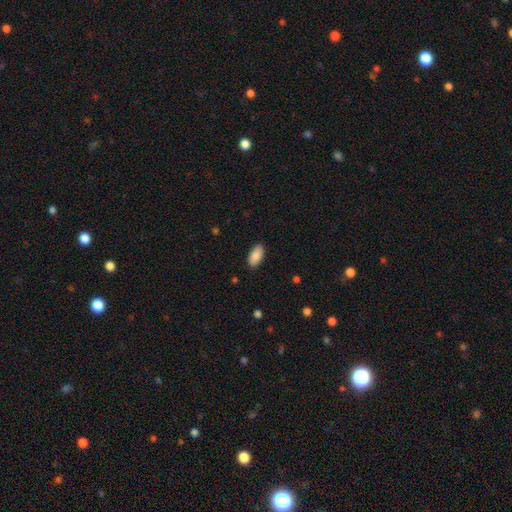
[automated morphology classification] The model was most divided on "merging": none: 89%, minor disturbance: 8%, major disturbance: 2%, merger: 1%. More confident: how rounded — in between (94%); smooth or featured — smooth (88%).